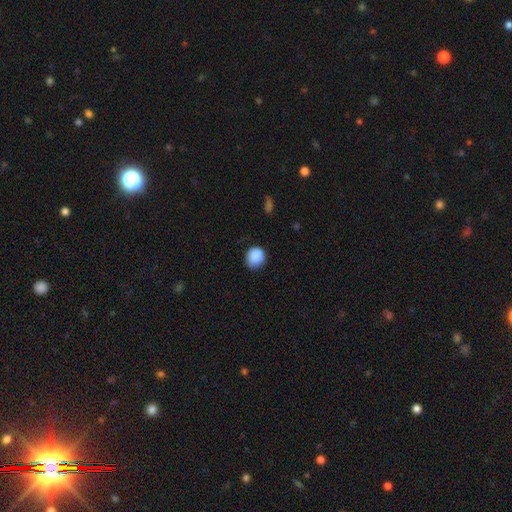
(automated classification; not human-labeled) This is clearly a smooth galaxy (89%). How rounded: clearly round (81%). Merging: likely none (76%).